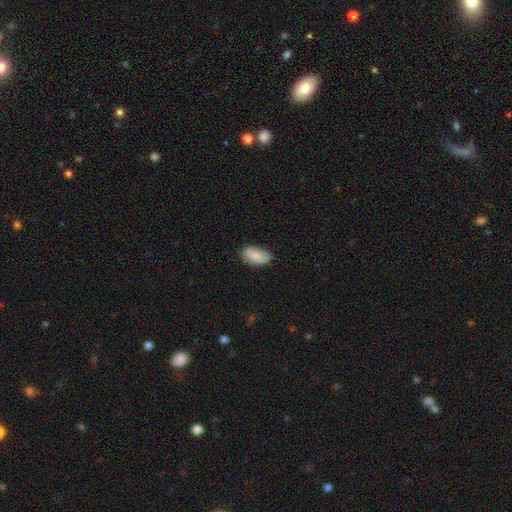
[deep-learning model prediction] This is clearly a smooth galaxy (84%). How rounded: clearly in between (94%). Merging: likely none (77%).